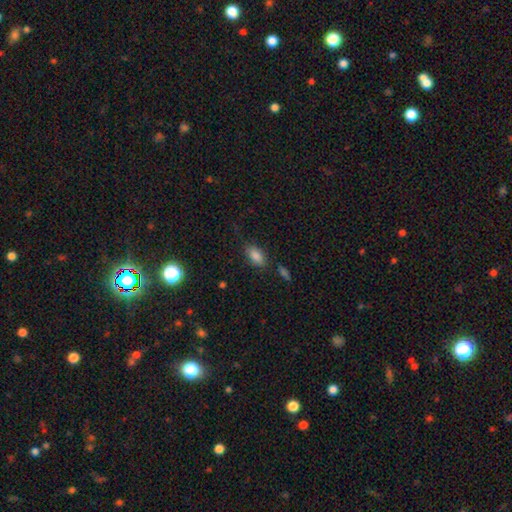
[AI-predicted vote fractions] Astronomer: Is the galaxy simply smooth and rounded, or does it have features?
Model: smooth — 84%.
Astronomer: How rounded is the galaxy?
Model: in between — 90%.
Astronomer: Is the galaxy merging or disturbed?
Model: none — 73%.